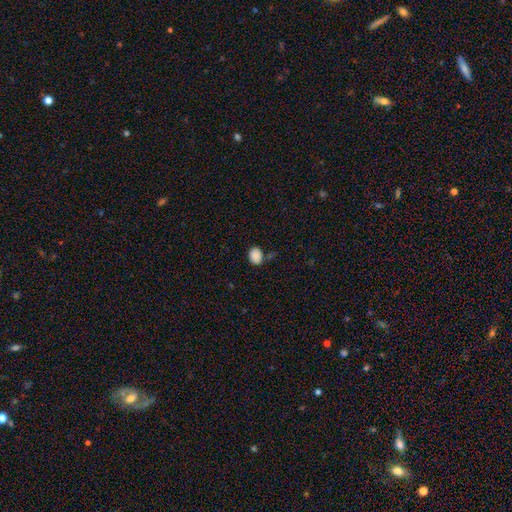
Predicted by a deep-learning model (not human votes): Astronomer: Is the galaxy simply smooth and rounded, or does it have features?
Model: smooth — 88%.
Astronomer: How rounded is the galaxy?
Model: in between — 61% (runner-up: round, 38%).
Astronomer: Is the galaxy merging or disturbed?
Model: none — 74%.